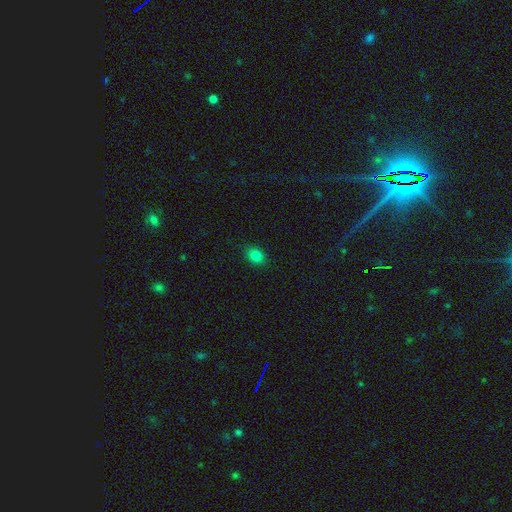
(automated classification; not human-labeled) Smooth or featured: smooth — 82% (star or artifact — 13%)
How rounded: in between — 60% (round — 39%)
Merging: none — 88% (minor disturbance — 9%)